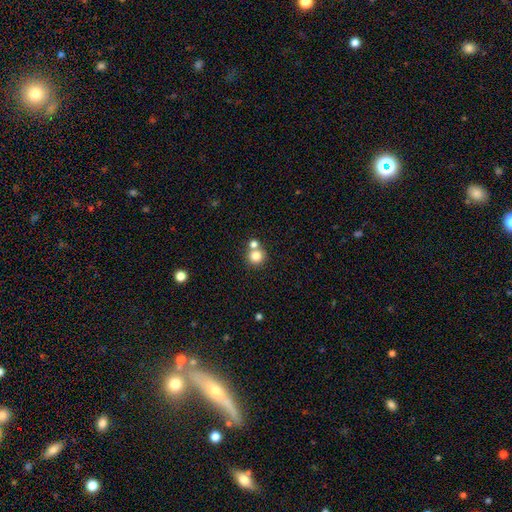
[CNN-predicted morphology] This is clearly a smooth galaxy (81%). How rounded: clearly round (91%). Merging: possibly none (58%).